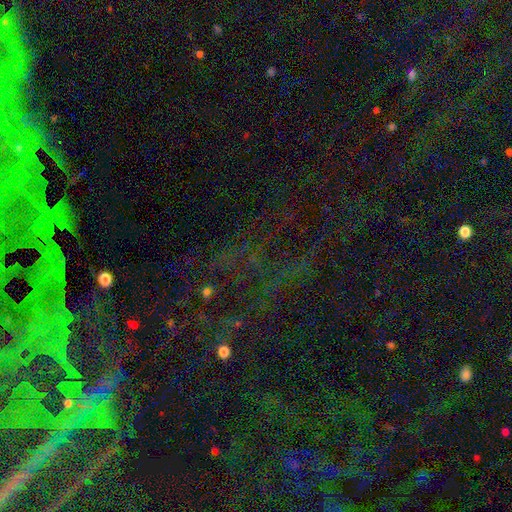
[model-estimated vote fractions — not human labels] Overall: star or artifact (72%).